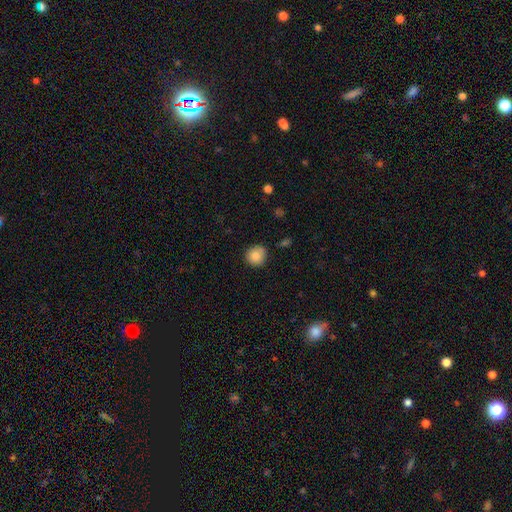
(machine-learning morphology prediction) smooth 85%, star or artifact 9%, featured or disk 6%. Down the decision tree: how rounded — round (91%); merging — none (80%).